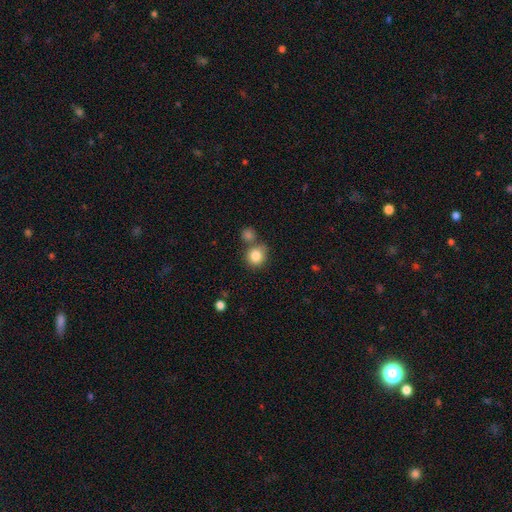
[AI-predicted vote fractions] Overall: smooth (84%). How rounded: round (87%). Merging: none (64%).